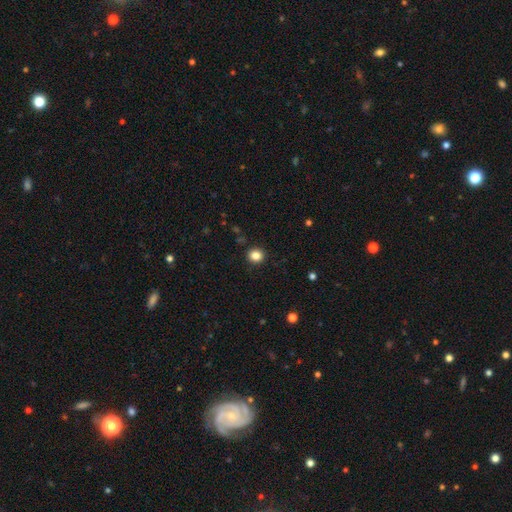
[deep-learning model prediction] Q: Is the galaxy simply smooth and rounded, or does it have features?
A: smooth — 84%.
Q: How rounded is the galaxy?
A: round — 86%.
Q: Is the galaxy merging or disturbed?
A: none — 91%.